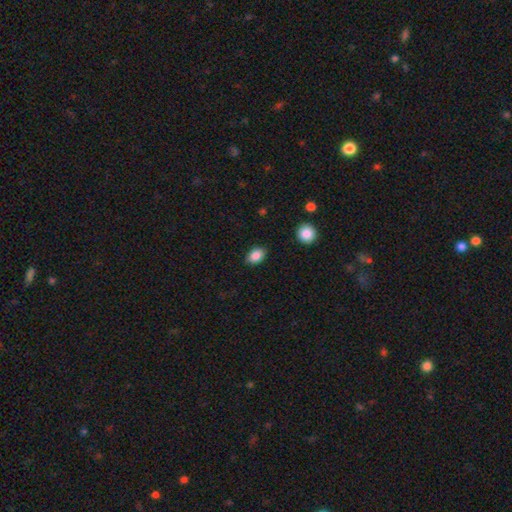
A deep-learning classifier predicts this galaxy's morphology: Smooth or featured?
  - smooth: 86% *
  - star or artifact: 8%
  - featured or disk: 6%
How rounded?
  - in between: 81% *
  - round: 18%
  - cigar-shaped: 1%
Merging?
  - none: 86% *
  - minor disturbance: 10%
  - major disturbance: 2%
  - merger: 1%